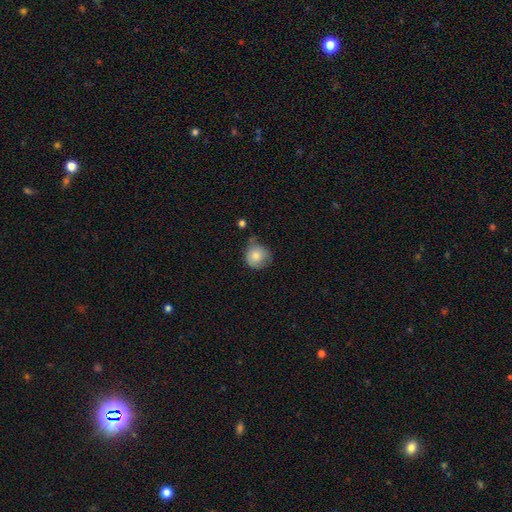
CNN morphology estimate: Smooth or featured: smooth — 81% (featured or disk — 11%)
How rounded: round — 88% (in between — 11%)
Merging: none — 53% (minor disturbance — 34%)